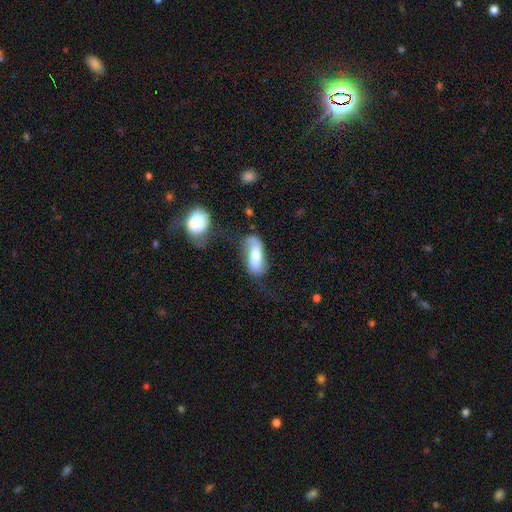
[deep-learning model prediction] The model was most divided on "merging": none: 44%, minor disturbance: 27%, major disturbance: 18%, merger: 10%. More confident: how rounded — in between (72%); smooth or featured — smooth (61%).